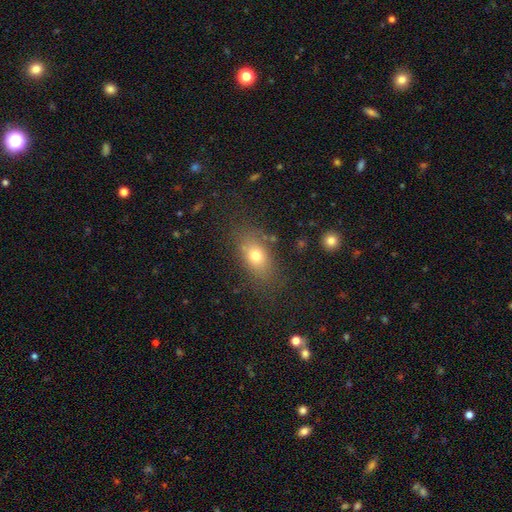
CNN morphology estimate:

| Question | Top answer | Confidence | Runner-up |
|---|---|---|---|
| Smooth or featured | smooth | 72% | featured or disk (15%) |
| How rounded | in between | 77% | round (18%) |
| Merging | none | 76% | minor disturbance (14%) |